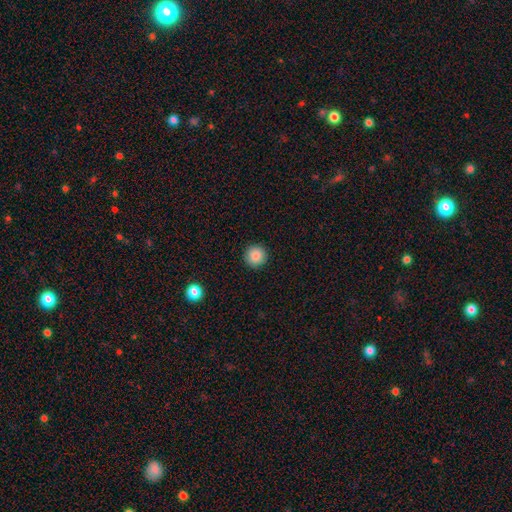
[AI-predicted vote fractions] smooth_or_featured: smooth (p=0.87) [alt: star or artifact p=0.09]
how_rounded: round (p=0.96) [alt: in between p=0.03]
merging: none (p=0.93) [alt: minor disturbance p=0.05]